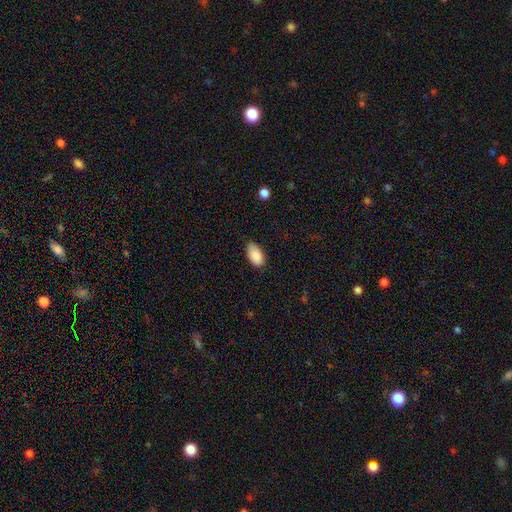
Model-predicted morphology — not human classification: Q: Smooth or featured?
A: smooth (88%); runner-up: star or artifact (7%)
Q: How rounded?
A: in between (94%); runner-up: round (4%)
Q: Merging?
A: none (67%); runner-up: minor disturbance (27%)